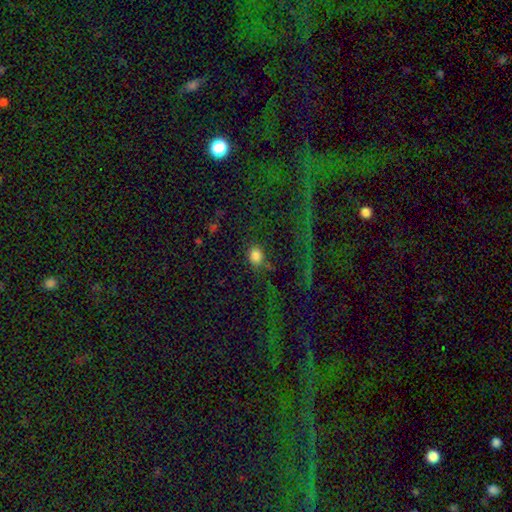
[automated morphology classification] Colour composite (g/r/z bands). It shows a smooth galaxy with no disk features (80%) that is round (66%). Merging: none (69%).